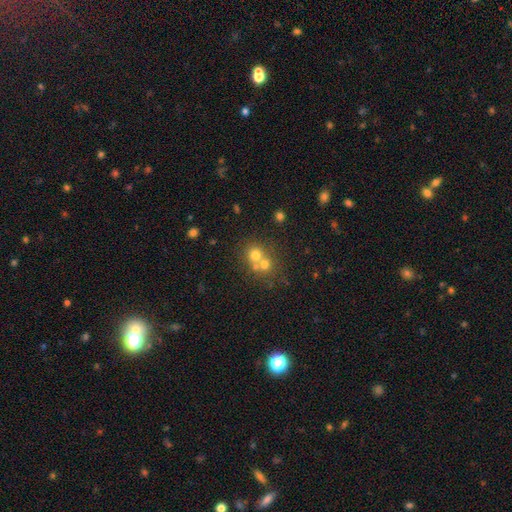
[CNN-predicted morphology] Q: Smooth or featured?
A: smooth (67%); runner-up: featured or disk (17%)
Q: How rounded?
A: round (84%); runner-up: in between (15%)
Q: Merging?
A: merger (51%); runner-up: none (41%)